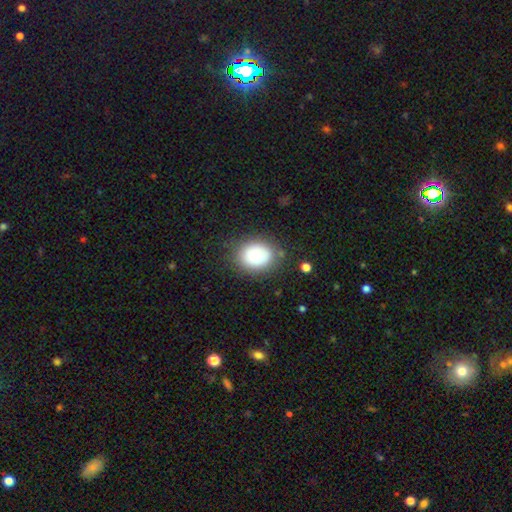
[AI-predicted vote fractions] Smooth or featured? smooth (80%)
How rounded? in between (50%)
Merging? none (77%)